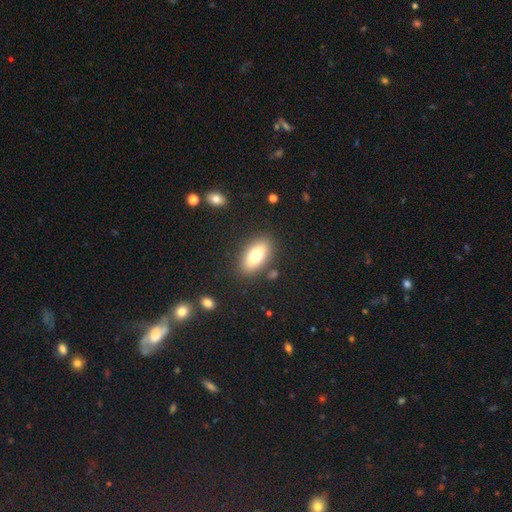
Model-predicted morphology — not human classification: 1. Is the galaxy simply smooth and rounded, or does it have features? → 75% smooth, 18% featured or disk, 8% star or artifact.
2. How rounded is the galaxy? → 88% in between, 9% cigar-shaped, 4% round.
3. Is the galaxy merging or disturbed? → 85% none, 10% minor disturbance, 3% major disturbance, 3% merger.